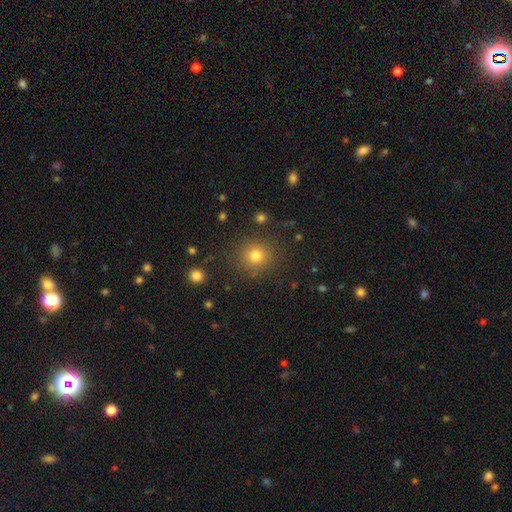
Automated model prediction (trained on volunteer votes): smooth 78%, star or artifact 15%, featured or disk 7%. Down the decision tree: how rounded — round (92%); merging — none (87%).